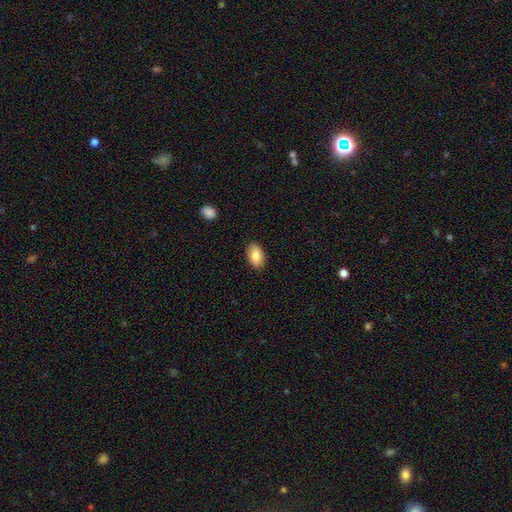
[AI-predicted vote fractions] smooth-or-featured: smooth: 86% | featured or disk: 7% | star or artifact: 7%
  how-rounded: in between: 93% | round: 6% | cigar-shaped: 1%
  merging: none: 89% | minor disturbance: 8% | major disturbance: 2% | merger: 1%